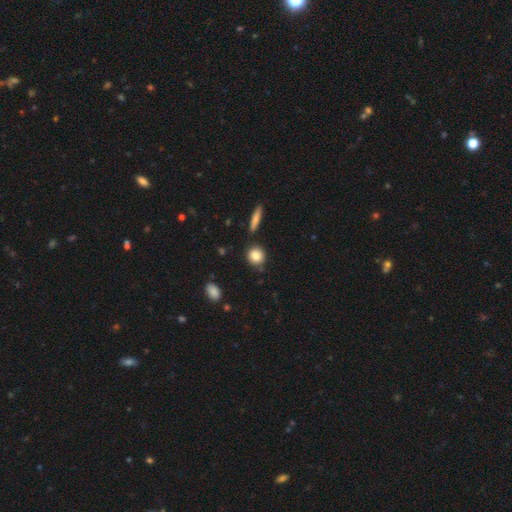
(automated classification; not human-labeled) smooth 85%, star or artifact 8%, featured or disk 7%. Down the decision tree: how rounded — round (78%); merging — none (82%).